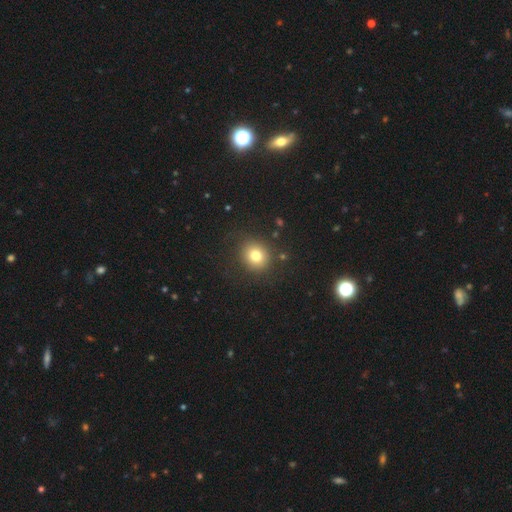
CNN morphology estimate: This is likely a smooth galaxy (78%). How rounded: clearly round (81%). Merging: clearly none (84%).